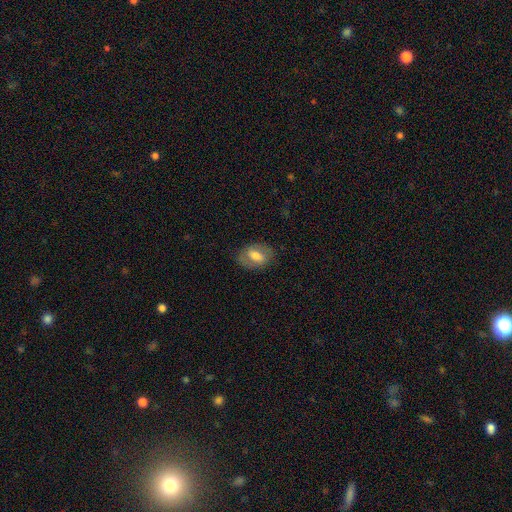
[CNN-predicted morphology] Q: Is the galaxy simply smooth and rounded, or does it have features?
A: smooth — 57%.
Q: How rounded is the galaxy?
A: in between — 82%.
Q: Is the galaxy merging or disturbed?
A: none — 77%.